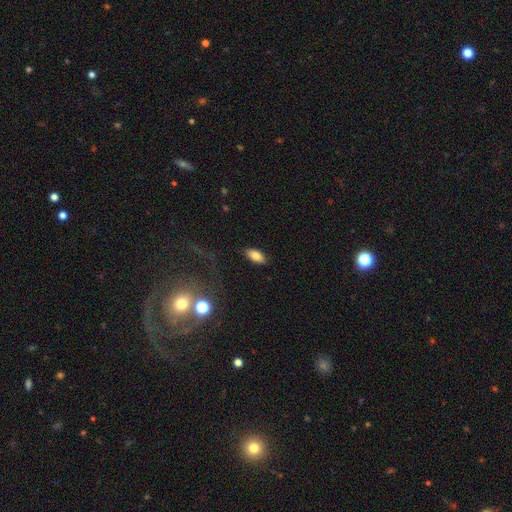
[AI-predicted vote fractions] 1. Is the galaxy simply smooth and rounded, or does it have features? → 80% smooth, 11% featured or disk, 9% star or artifact.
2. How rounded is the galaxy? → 90% in between, 7% cigar-shaped, 3% round.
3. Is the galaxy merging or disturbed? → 86% none, 10% minor disturbance, 3% major disturbance, 1% merger.